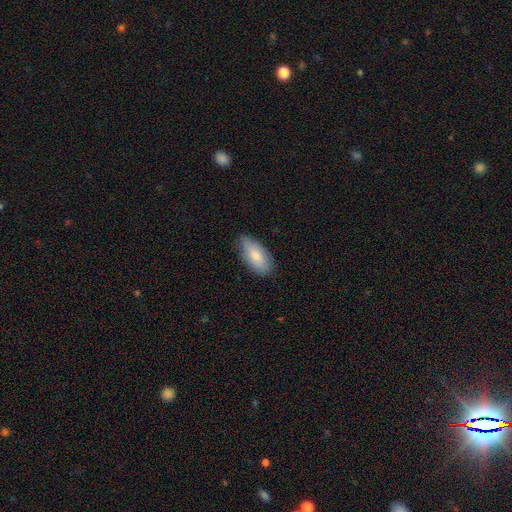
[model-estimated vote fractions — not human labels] The model was most divided on "smooth or featured": smooth: 79%, featured or disk: 15%, star or artifact: 6%. More confident: how rounded — in between (90%); merging — none (81%).